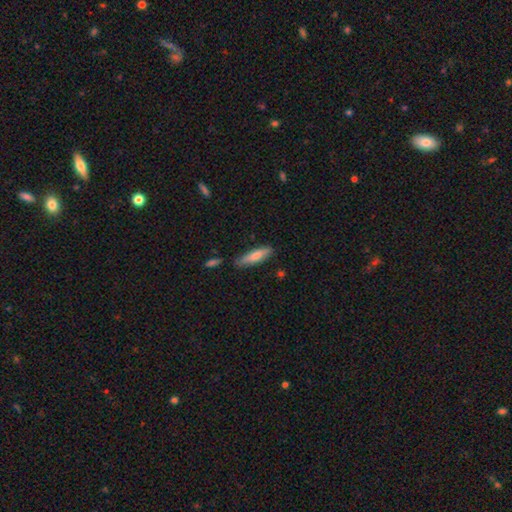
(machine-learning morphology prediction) Q: Smooth or featured?
A: smooth (70%); runner-up: featured or disk (24%)
Q: How rounded?
A: cigar-shaped (75%); runner-up: in between (23%)
Q: Merging?
A: none (78%); runner-up: minor disturbance (16%)